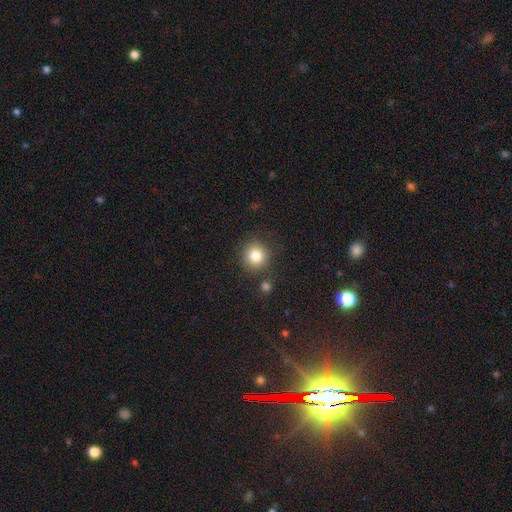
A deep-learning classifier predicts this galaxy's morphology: Smooth or featured? smooth (82%)
How rounded? round (92%)
Merging? none (84%)